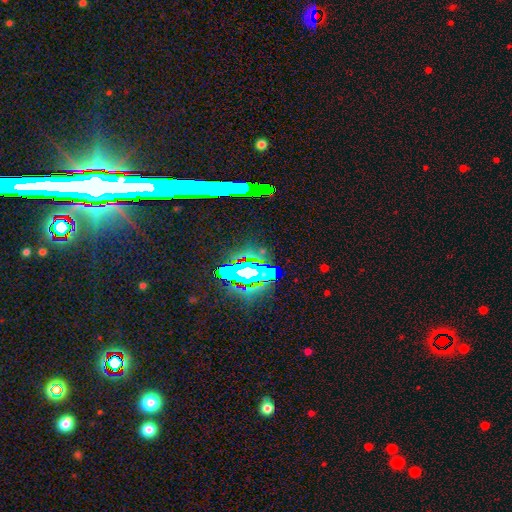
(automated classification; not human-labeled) This is likely a star or artifact rather than a galaxy (76%).